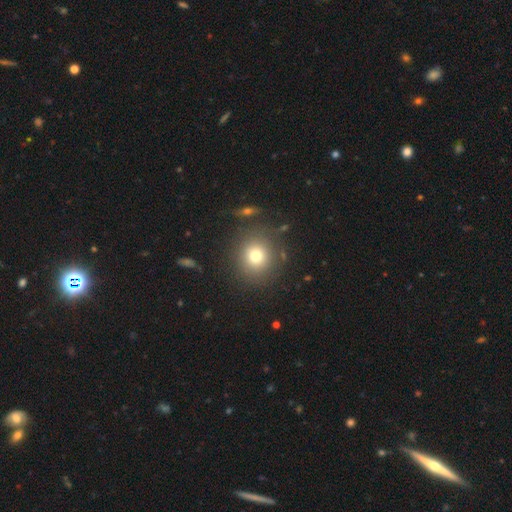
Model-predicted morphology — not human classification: The model was most divided on "smooth or featured": smooth: 75%, star or artifact: 14%, featured or disk: 10%. More confident: how rounded — round (91%); merging — none (85%).